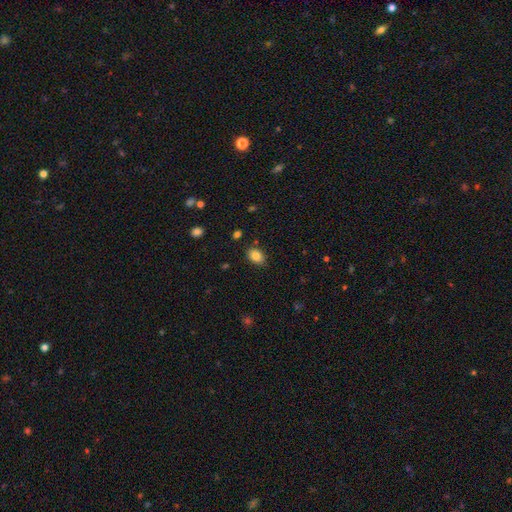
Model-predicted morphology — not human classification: The model was most divided on "how rounded": in between: 79%, round: 19%, cigar-shaped: 1%. More confident: smooth or featured — smooth (85%); merging — none (82%).